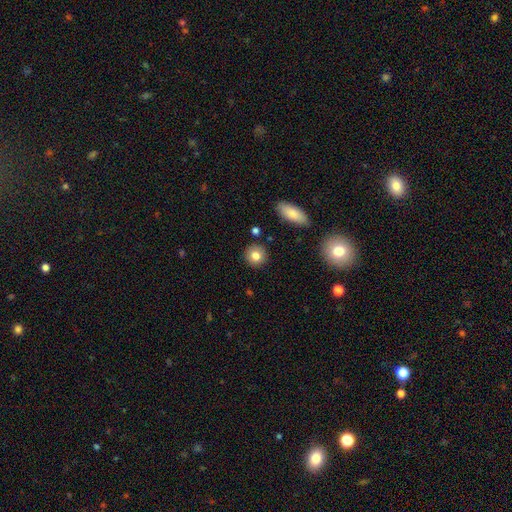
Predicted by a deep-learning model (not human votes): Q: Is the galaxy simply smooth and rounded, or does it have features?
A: smooth — 82%.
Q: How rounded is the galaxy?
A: round — 89%.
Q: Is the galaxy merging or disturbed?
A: none — 89%.